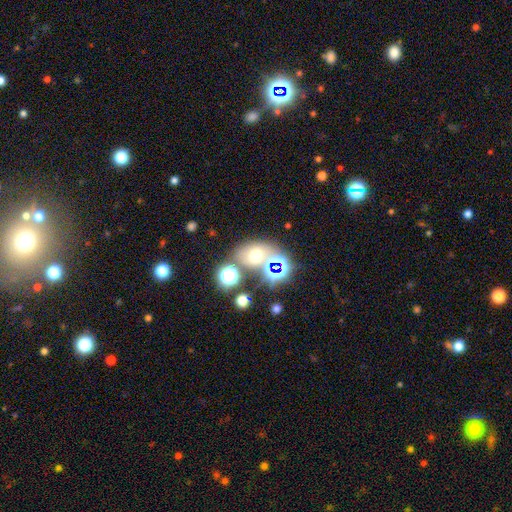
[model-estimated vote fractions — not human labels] A smooth galaxy with no disk features (52%) that is in between round and cigar-shaped (60%).

Vote fractions:
- Smooth or featured? smooth: 52% / star or artifact: 30% / featured or disk: 18%
- How rounded? in between: 60% / round: 38% / cigar-shaped: 2%
- Merging? none: 58% / merger: 23% / minor disturbance: 12% / major disturbance: 7%